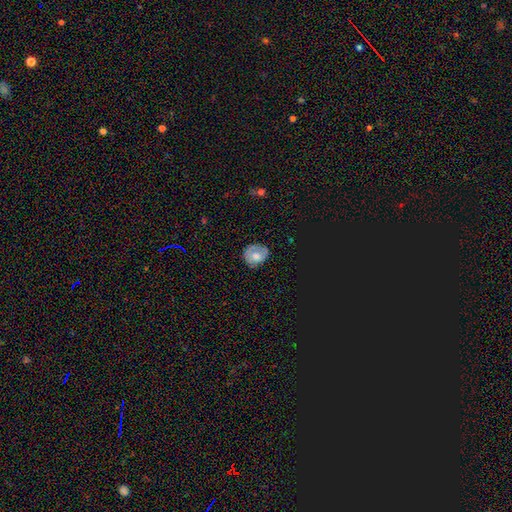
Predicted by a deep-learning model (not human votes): This is possibly a smooth galaxy (59%). How rounded: likely round (70%). Merging: likely none (67%).